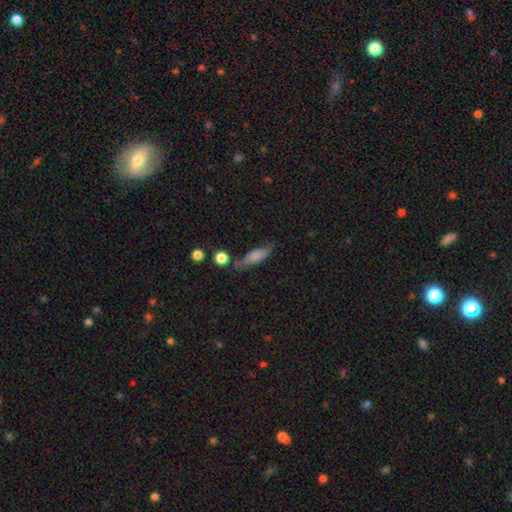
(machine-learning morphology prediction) This is likely a smooth galaxy (72%). How rounded: possibly cigar-shaped (54%). Merging: likely none (63%).